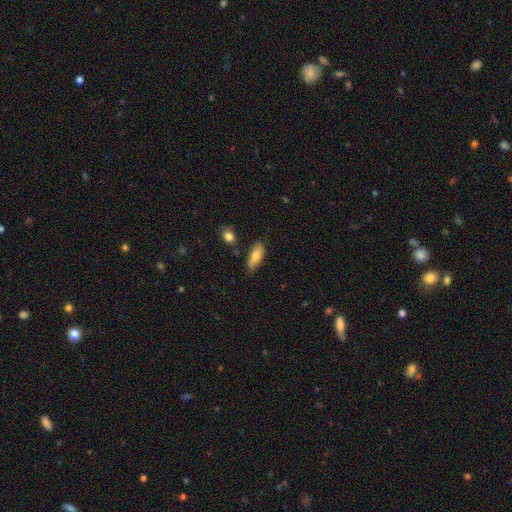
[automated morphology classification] This appears to be a smooth galaxy with no disk features (78%) that is in between round and cigar-shaped (78%). Merging: none (75%).